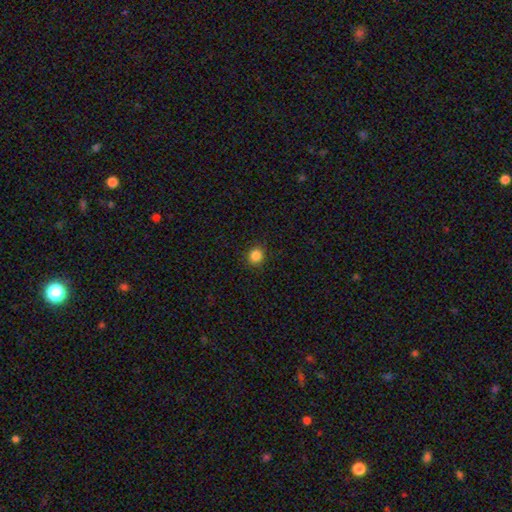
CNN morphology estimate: Q: Smooth or featured?
A: smooth (86%); runner-up: star or artifact (11%)
Q: How rounded?
A: round (88%); runner-up: in between (11%)
Q: Merging?
A: none (91%); runner-up: minor disturbance (6%)